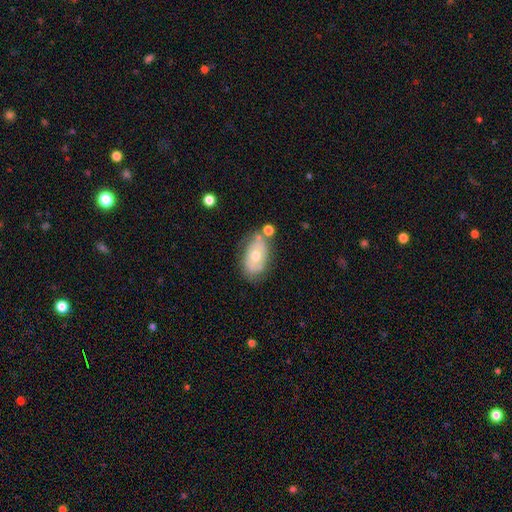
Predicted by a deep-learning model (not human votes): Smooth or featured: smooth — 52% (featured or disk — 40%)
How rounded: in between — 90% (round — 8%)
Merging: none — 59% (minor disturbance — 22%)